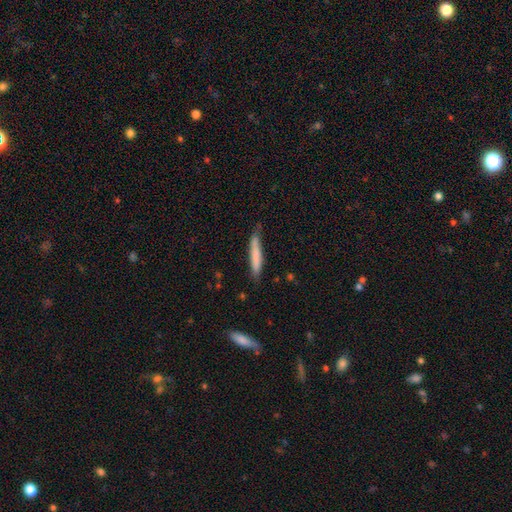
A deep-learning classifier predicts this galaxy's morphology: A smooth galaxy with no disk features (74%) that is cigar-shaped (93%). Merging: none (68%).